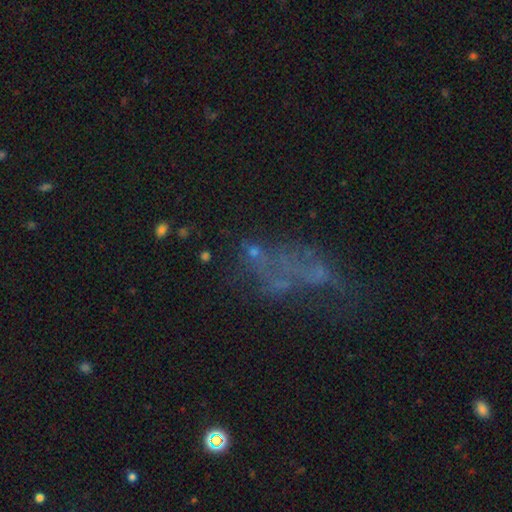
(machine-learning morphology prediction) A featured or disk galaxy (45%).

Vote fractions:
- Smooth or featured? featured or disk: 45% / star or artifact: 30% / smooth: 24%
- Merging? none: 36% / major disturbance: 35% / merger: 14% / minor disturbance: 14%